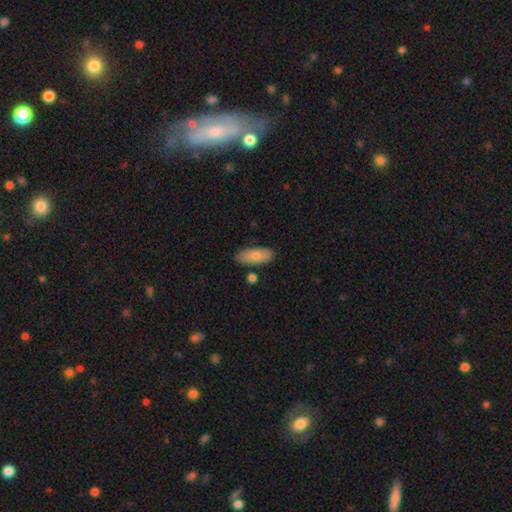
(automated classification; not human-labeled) This is likely a smooth galaxy (80%). How rounded: clearly in between (83%). Merging: clearly none (81%).